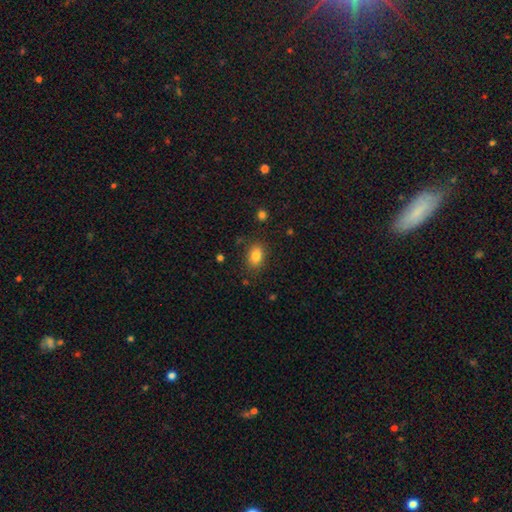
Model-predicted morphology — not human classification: Q: Smooth or featured?
A: smooth (84%); runner-up: star or artifact (9%)
Q: How rounded?
A: in between (80%); runner-up: round (18%)
Q: Merging?
A: none (84%); runner-up: minor disturbance (11%)